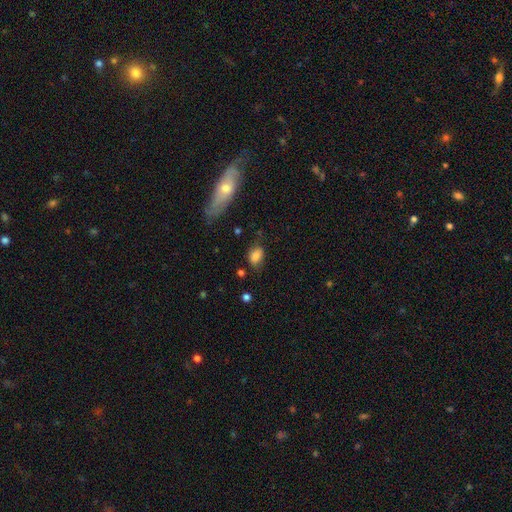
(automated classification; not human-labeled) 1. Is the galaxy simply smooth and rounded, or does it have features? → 77% smooth, 13% featured or disk, 10% star or artifact.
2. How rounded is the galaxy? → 79% in between, 19% round, 2% cigar-shaped.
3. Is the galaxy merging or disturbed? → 66% none, 23% minor disturbance, 8% major disturbance, 3% merger.